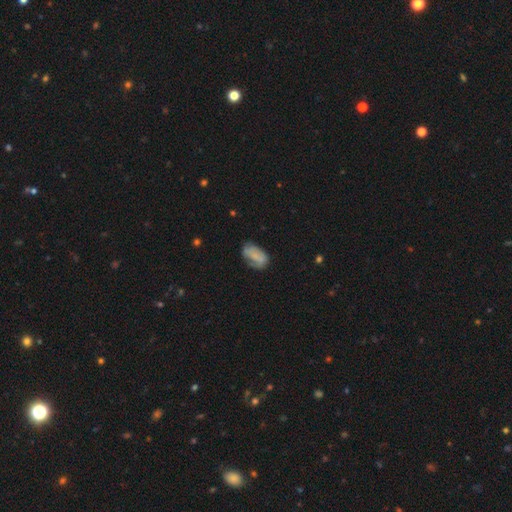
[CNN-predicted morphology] Smooth or featured? smooth (67%)
How rounded? in between (91%)
Merging? none (52%)